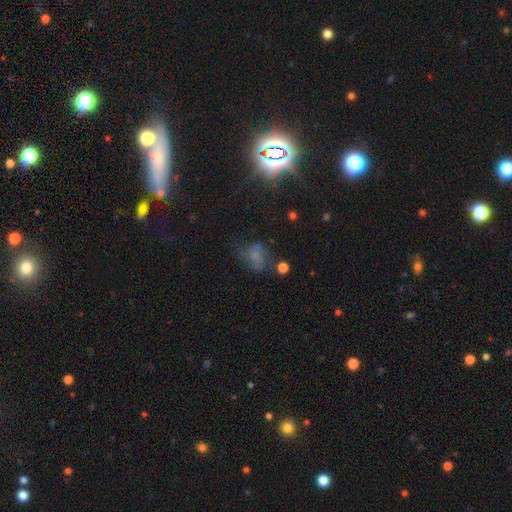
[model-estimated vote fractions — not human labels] The model was most divided on "merging": none: 40%, major disturbance: 28%, minor disturbance: 26%, merger: 6%. More confident: how rounded — in between (65%); smooth or featured — smooth (50%).